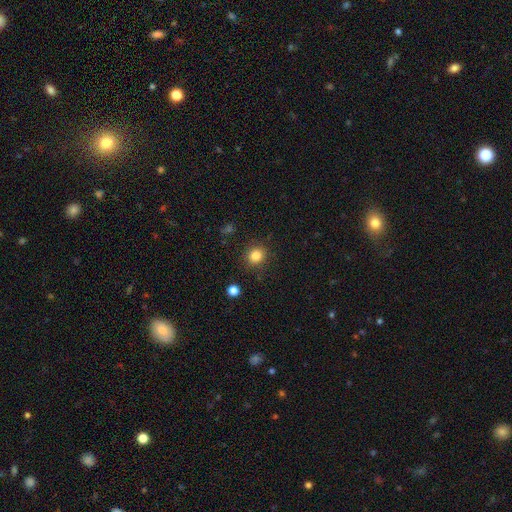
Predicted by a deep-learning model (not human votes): Smooth or featured? Predicted: smooth (p=0.83). How rounded? Predicted: round (p=0.84). Merging? Predicted: none (p=0.88).